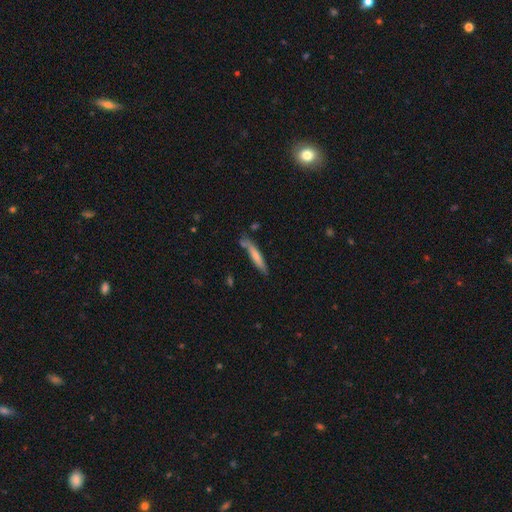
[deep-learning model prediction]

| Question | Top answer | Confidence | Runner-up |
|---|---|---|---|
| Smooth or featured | smooth | 69% | featured or disk (26%) |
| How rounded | cigar-shaped | 91% | in between (7%) |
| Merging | none | 70% | minor disturbance (19%) |